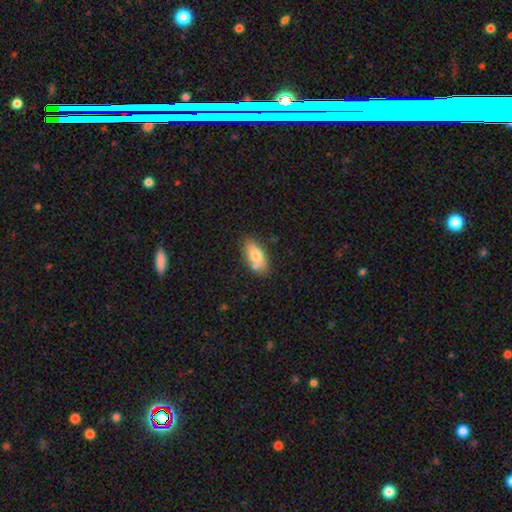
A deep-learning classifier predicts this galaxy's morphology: type=smooth (74%); roundness=in between (86%); merging=none (71%).